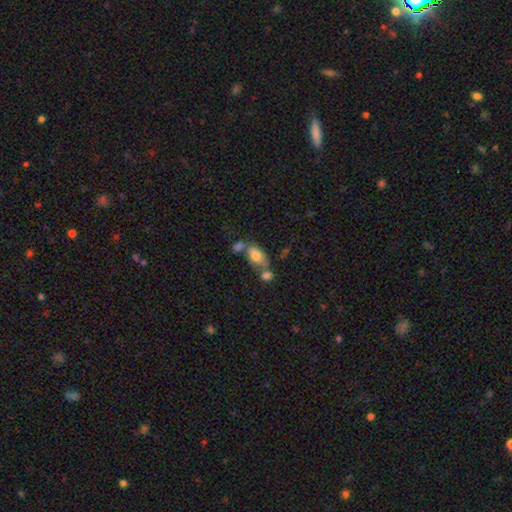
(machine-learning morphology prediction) Smooth or featured?
  - smooth: 74% *
  - featured or disk: 18%
  - star or artifact: 9%
How rounded?
  - in between: 89% *
  - round: 8%
  - cigar-shaped: 4%
Merging?
  - merger: 41% *
  - none: 35%
  - minor disturbance: 15%
  - major disturbance: 8%